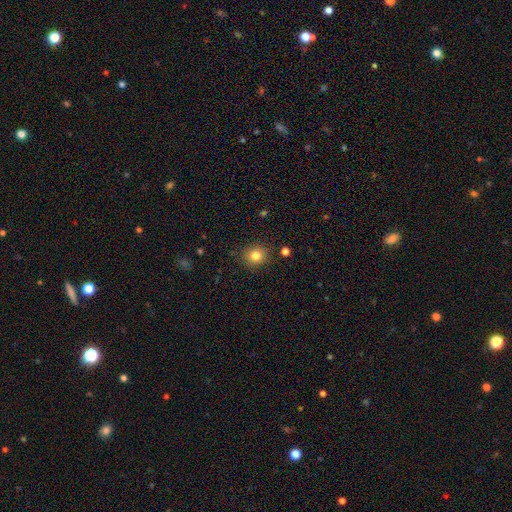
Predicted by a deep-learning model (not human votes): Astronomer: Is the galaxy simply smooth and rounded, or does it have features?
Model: smooth — 81%.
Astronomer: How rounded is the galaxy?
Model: round — 82%.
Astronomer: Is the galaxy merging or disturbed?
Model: none — 89%.